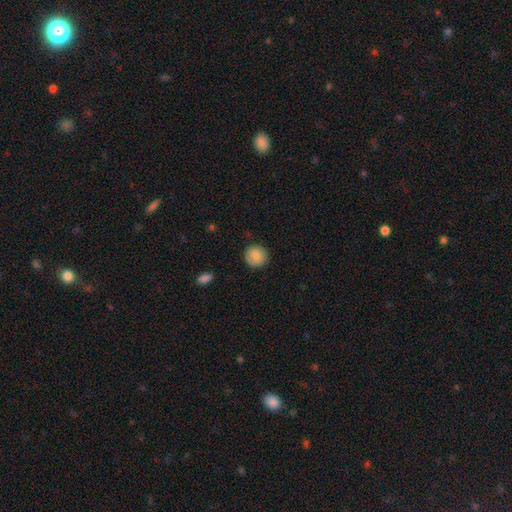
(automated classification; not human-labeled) smooth-or-featured: smooth: 86% | star or artifact: 7% | featured or disk: 7%
  how-rounded: round: 92% | in between: 7% | cigar-shaped: 1%
  merging: none: 88% | minor disturbance: 9% | major disturbance: 2% | merger: 1%